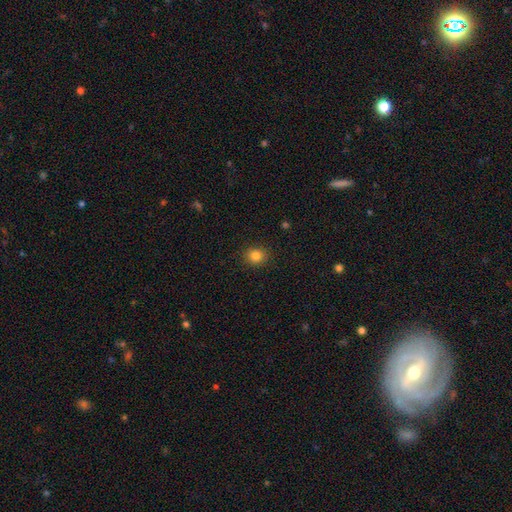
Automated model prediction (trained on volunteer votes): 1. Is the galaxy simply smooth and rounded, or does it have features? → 82% smooth, 12% star or artifact, 6% featured or disk.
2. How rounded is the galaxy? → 78% round, 21% in between, 1% cigar-shaped.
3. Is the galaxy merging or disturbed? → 90% none, 7% minor disturbance, 2% major disturbance, 1% merger.